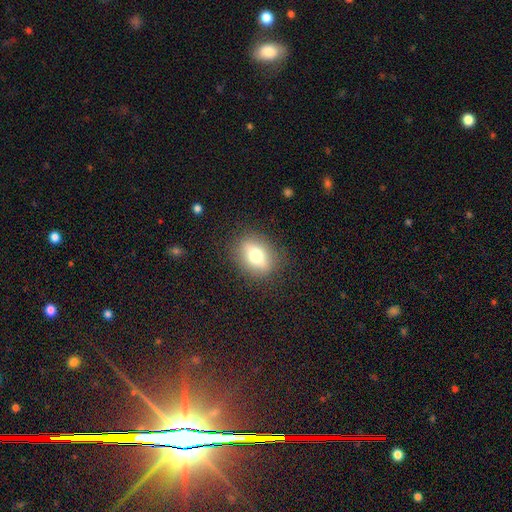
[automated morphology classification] This appears to be a smooth galaxy with no disk features (60%) that is in between round and cigar-shaped (58%). Merging: none (85%).